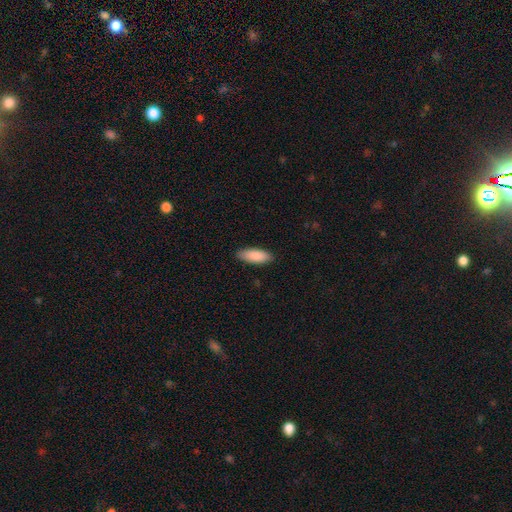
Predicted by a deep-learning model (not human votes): Morphology: type=smooth (89%); roundness=in between (73%); merging=none (88%).